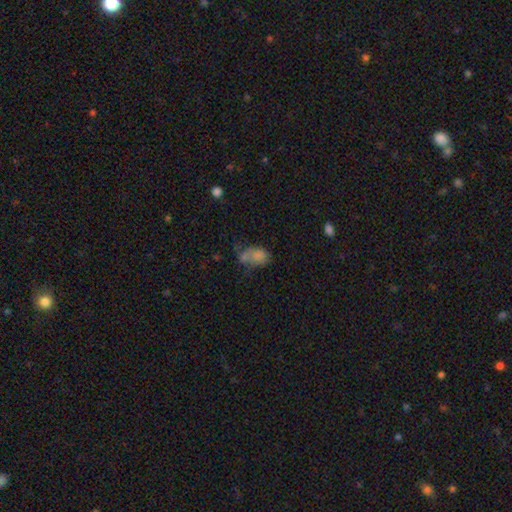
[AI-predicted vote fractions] This is likely a smooth galaxy (73%). How rounded: likely in between (76%). Merging: marginally none (32%).